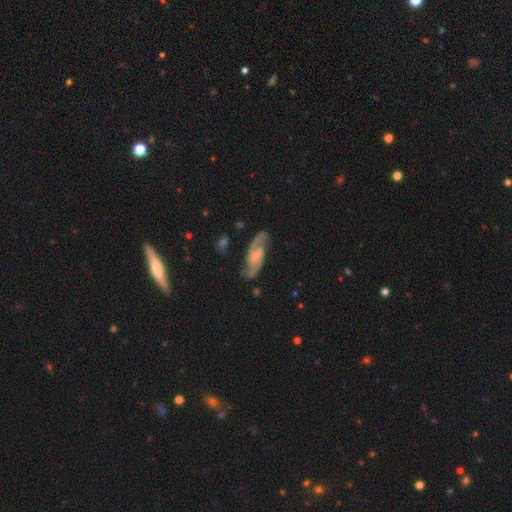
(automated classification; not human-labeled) Smooth or featured? featured or disk (90%)
Edge-on disk? no (96%)
Bar? no (43%, tied with weak)
Spiral arms? yes (98%)
Spiral winding? medium (56%)
Spiral arm count? 2 (93%)
Bulge size? small (61%)
Merging? none (80%)